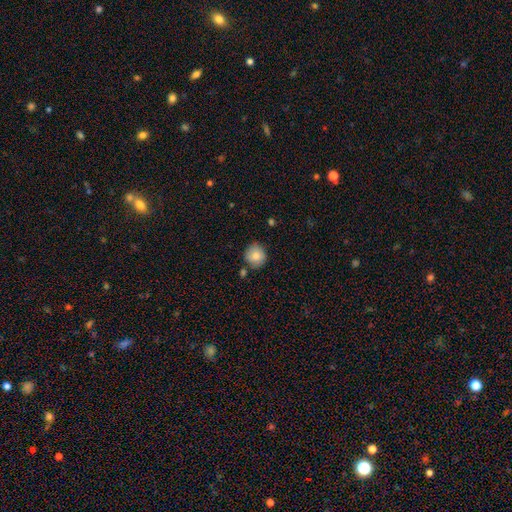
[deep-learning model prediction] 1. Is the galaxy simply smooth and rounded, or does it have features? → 83% smooth, 9% featured or disk, 8% star or artifact.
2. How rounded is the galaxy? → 91% round, 8% in between, 1% cigar-shaped.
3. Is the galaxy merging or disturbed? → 79% none, 12% minor disturbance, 6% merger, 3% major disturbance.